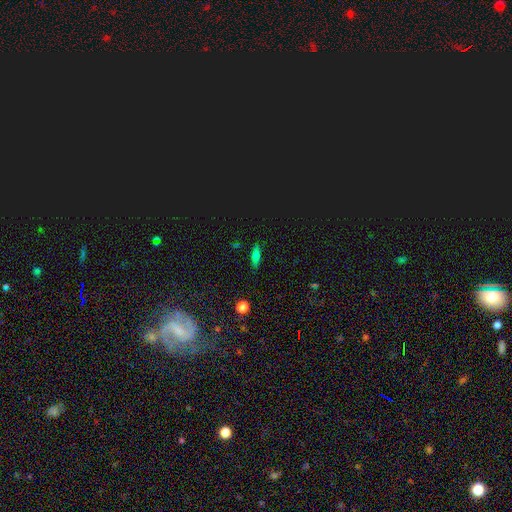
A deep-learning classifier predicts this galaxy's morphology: smooth_or_featured: smooth (p=0.60) [alt: featured or disk p=0.24]
how_rounded: in between (p=0.51) [alt: cigar-shaped p=0.44]
merging: none (p=0.86) [alt: minor disturbance p=0.11]